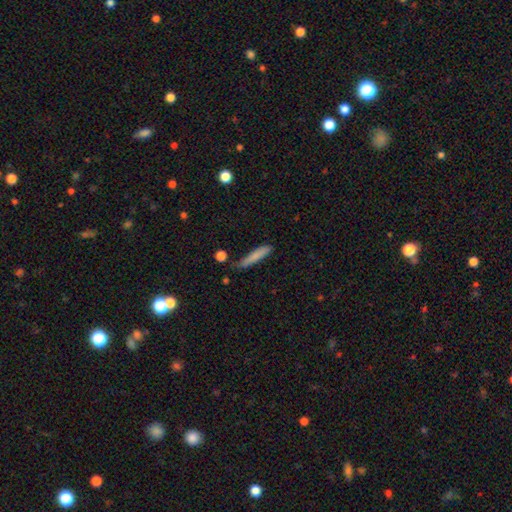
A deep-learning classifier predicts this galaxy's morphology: A smooth galaxy with no disk features (78%) that is cigar-shaped (91%). Merging: none (70%).